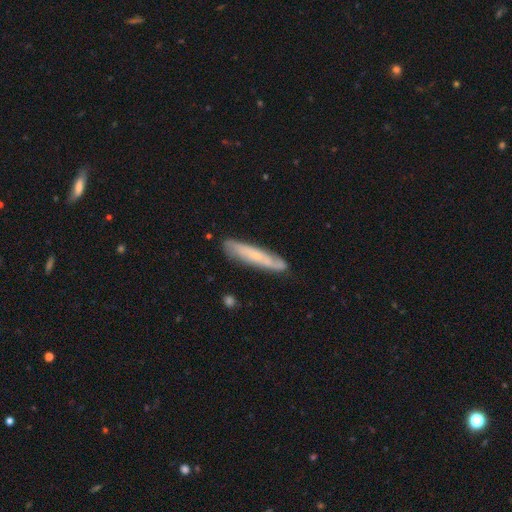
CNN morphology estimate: type=featured or disk (51%); edge-on=yes (59%); merging=none (82%).